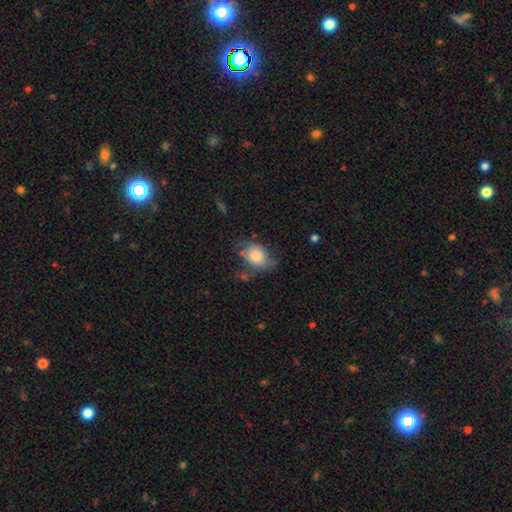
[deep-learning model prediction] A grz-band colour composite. It shows a smooth galaxy with no disk features (72%) that is in between round and cigar-shaped (66%). Merging: none (46%).